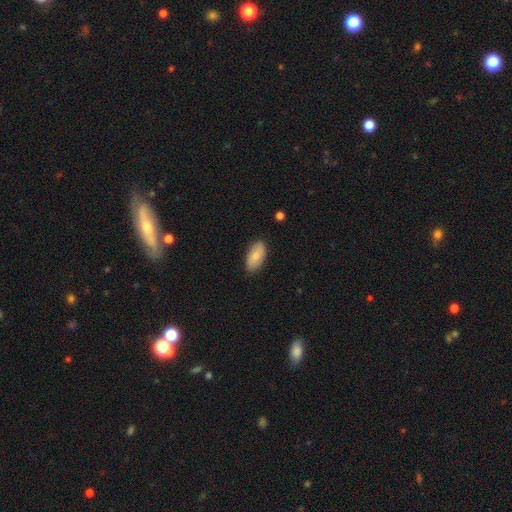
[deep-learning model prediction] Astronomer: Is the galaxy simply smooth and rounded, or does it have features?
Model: smooth — 80%.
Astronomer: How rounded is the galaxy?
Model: in between — 93%.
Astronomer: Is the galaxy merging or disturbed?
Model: none — 85%.